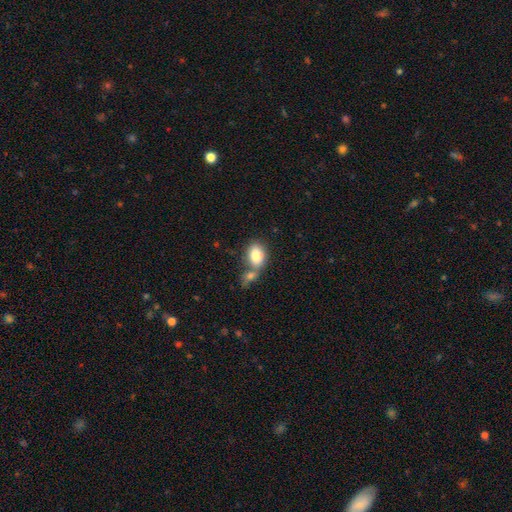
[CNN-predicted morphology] smooth_or_featured: smooth (p=0.82) [alt: featured or disk p=0.11]
how_rounded: in between (p=0.77) [alt: round p=0.21]
merging: merger (p=0.48) [alt: none p=0.36]